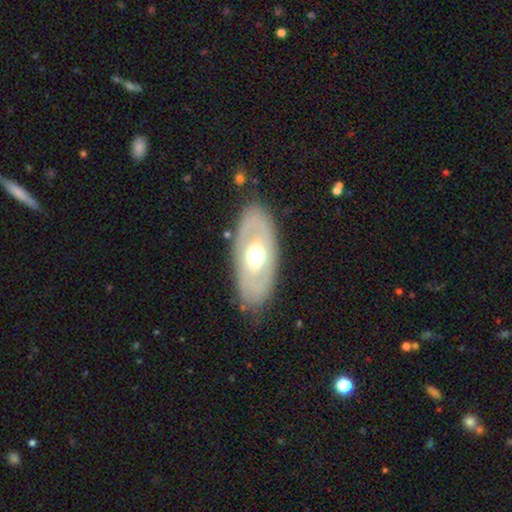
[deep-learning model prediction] Overall: featured or disk (58%; smooth 37%). Edge-on disk: no (87%). Bar: no (82%). Spiral arms: no (78%). Bulge size: moderate (66%). Merging: none (82%).